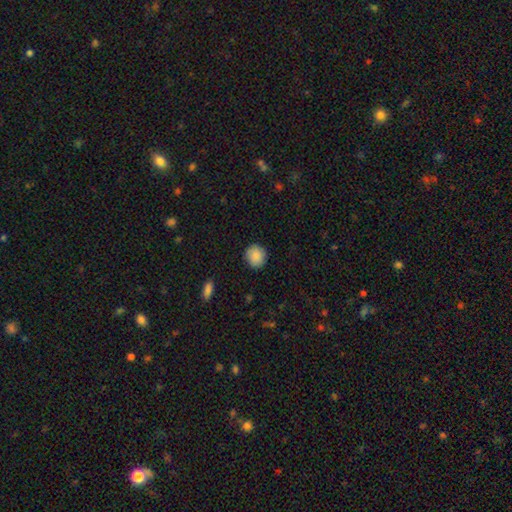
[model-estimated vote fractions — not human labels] Smooth or featured: smooth — 88% (star or artifact — 7%)
How rounded: round — 85% (in between — 14%)
Merging: none — 88% (minor disturbance — 9%)